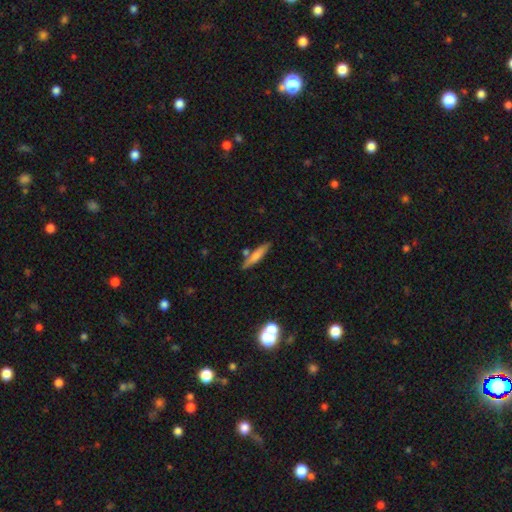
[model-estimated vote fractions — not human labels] A smooth galaxy with no disk features (69%) that is cigar-shaped (84%).

Vote fractions:
- Smooth or featured? smooth: 69% / featured or disk: 24% / star or artifact: 7%
- How rounded? cigar-shaped: 84% / in between: 14% / round: 2%
- Merging? none: 76% / minor disturbance: 12% / merger: 9% / major disturbance: 3%